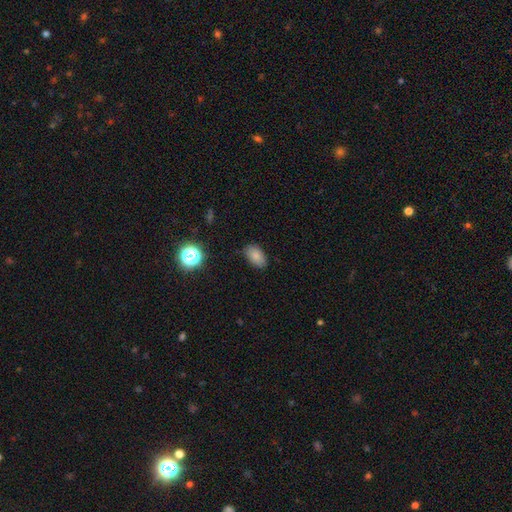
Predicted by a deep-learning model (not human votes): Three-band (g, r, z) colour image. It shows a smooth galaxy with no disk features (83%) that is in between round and cigar-shaped (90%). Merging: none (82%).